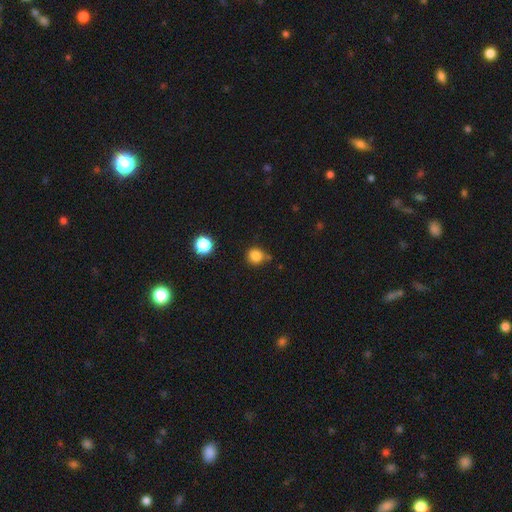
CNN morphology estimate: A smooth galaxy with no disk features (84%) that is round (86%).

Vote fractions:
- Smooth or featured? smooth: 84% / star or artifact: 13% / featured or disk: 4%
- How rounded? round: 86% / in between: 13% / cigar-shaped: 1%
- Merging? none: 73% / minor disturbance: 16% / merger: 7% / major disturbance: 4%